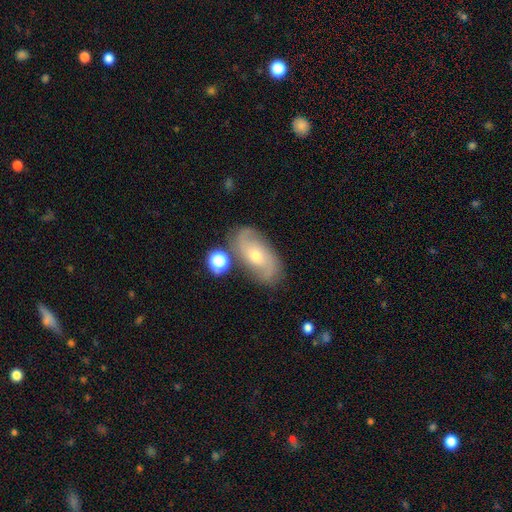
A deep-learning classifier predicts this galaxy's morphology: Q: Smooth or featured?
A: featured or disk (71%); runner-up: smooth (21%)
Q: Edge-on disk?
A: no (93%); runner-up: yes (7%)
Q: Bar?
A: no (65%); runner-up: weak (28%)
Q: Spiral arms?
A: yes (88%); runner-up: no (12%)
Q: Spiral winding?
A: medium (44%); runner-up: tight (29%)
Q: Spiral arm count?
A: 2 (78%); runner-up: can't tell (13%)
Q: Bulge size?
A: small (50%); runner-up: moderate (46%)
Q: Merging?
A: none (74%); runner-up: minor disturbance (15%)